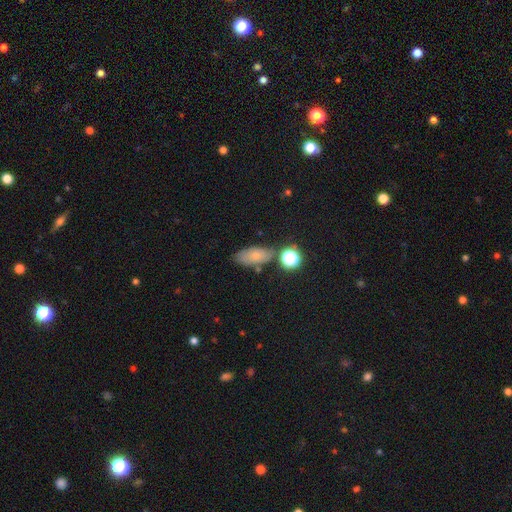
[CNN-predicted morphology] Q: Smooth or featured?
A: smooth (68%); runner-up: featured or disk (17%)
Q: How rounded?
A: in between (83%); runner-up: round (9%)
Q: Merging?
A: none (66%); runner-up: minor disturbance (19%)